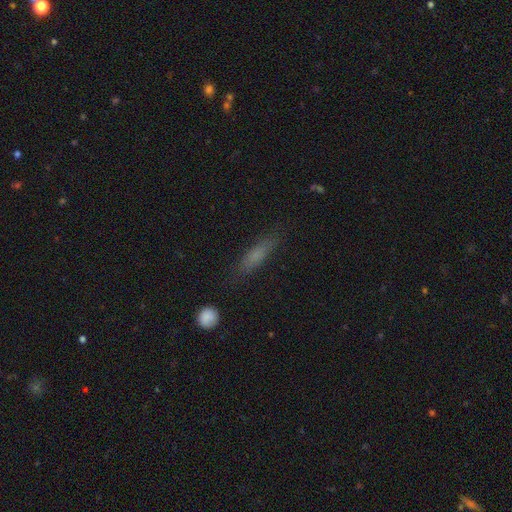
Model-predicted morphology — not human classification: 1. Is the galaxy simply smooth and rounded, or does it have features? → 67% smooth, 22% featured or disk, 11% star or artifact.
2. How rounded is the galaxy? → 77% cigar-shaped, 20% in between, 2% round.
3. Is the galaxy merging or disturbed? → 80% none, 14% minor disturbance, 4% major disturbance, 2% merger.